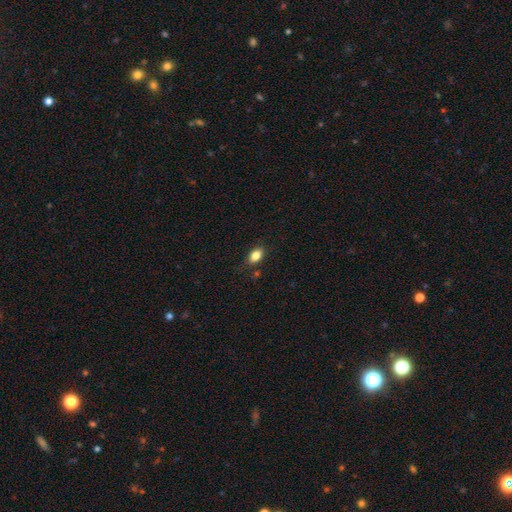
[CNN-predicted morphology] type=smooth (83%); roundness=in between (83%); merging=none (81%).